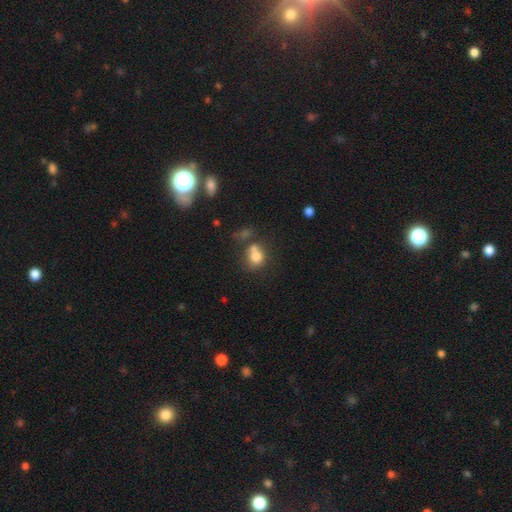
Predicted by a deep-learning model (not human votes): The model was most divided on "merging": merger: 41%, none: 38%, minor disturbance: 14%, major disturbance: 8%. More confident: smooth or featured — smooth (75%); how rounded — round (64%).